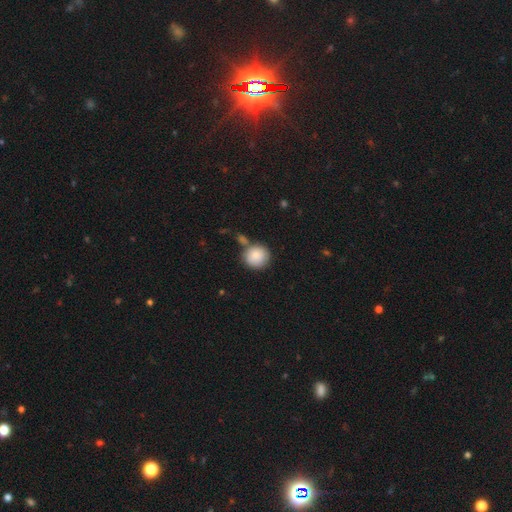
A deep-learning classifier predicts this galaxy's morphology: Overall: smooth (87%). How rounded: round (91%). Merging: none (66%).